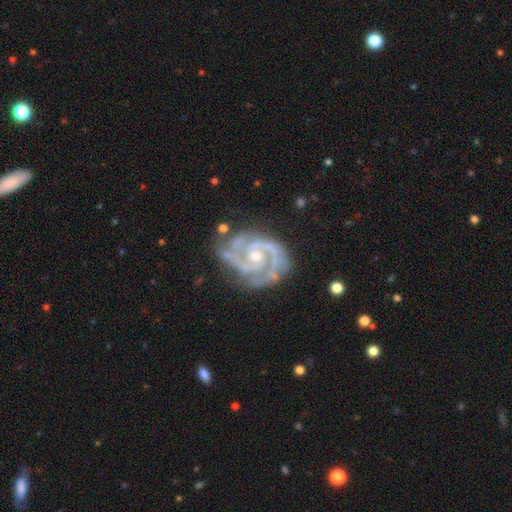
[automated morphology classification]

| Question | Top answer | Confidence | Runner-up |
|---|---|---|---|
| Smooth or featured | featured or disk | 92% | star or artifact (5%) |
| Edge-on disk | no | 98% | yes (2%) |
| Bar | no | 53% | weak (36%) |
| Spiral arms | yes | 98% | no (2%) |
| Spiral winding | tight | 57% | medium (38%) |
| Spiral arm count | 2 | 66% | 3 (20%) |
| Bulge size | moderate | 52% | small (42%) |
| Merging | none | 71% | minor disturbance (20%) |